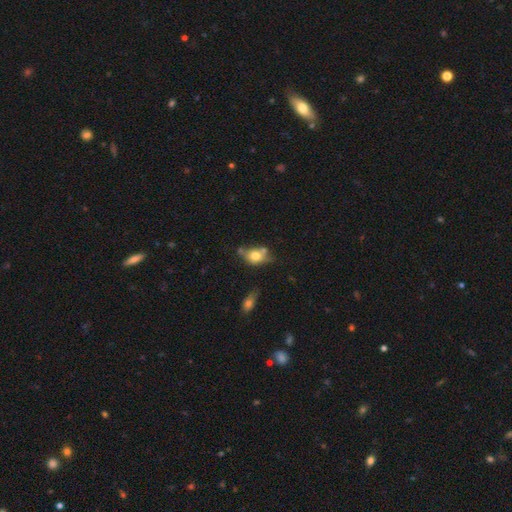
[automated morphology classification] smooth-or-featured: smooth: 70% | featured or disk: 21% | star or artifact: 9%
  how-rounded: in between: 65% | round: 33% | cigar-shaped: 3%
  merging: none: 45% | merger: 26% | minor disturbance: 21% | major disturbance: 8%